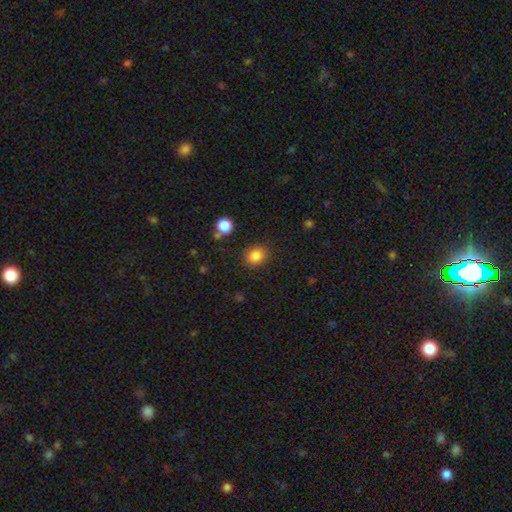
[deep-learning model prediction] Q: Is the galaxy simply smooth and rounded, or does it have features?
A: smooth — 85%.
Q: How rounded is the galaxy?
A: round — 62%.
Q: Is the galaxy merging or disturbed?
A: none — 85%.